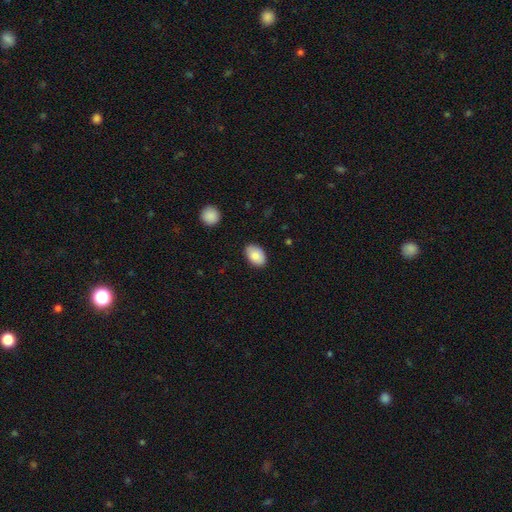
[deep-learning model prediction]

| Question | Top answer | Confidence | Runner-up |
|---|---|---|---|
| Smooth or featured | smooth | 85% | featured or disk (8%) |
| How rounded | in between | 89% | round (10%) |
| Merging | none | 85% | minor disturbance (12%) |